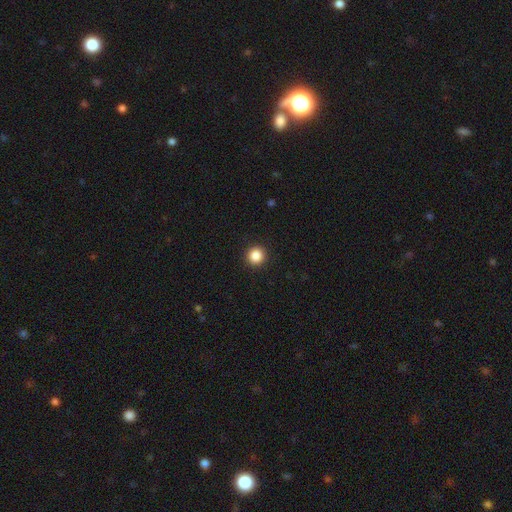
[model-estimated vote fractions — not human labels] Smooth or featured? Predicted: smooth (p=0.87). How rounded? Predicted: round (p=0.95). Merging? Predicted: none (p=0.93).